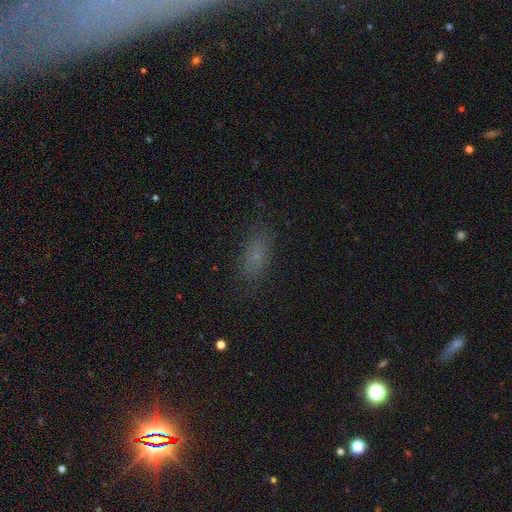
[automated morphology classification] Smooth or featured: smooth — 72% (star or artifact — 17%)
How rounded: in between — 77% (cigar-shaped — 18%)
Merging: none — 79% (minor disturbance — 14%)